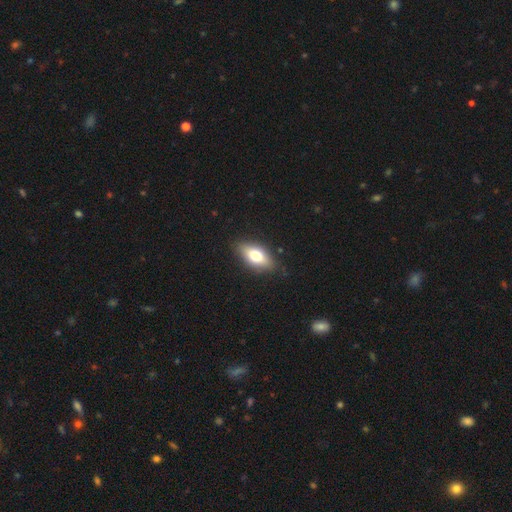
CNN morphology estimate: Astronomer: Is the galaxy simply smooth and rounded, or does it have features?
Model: smooth — 67%.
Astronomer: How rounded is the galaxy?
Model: in between — 82%.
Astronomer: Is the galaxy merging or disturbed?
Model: none — 84%.